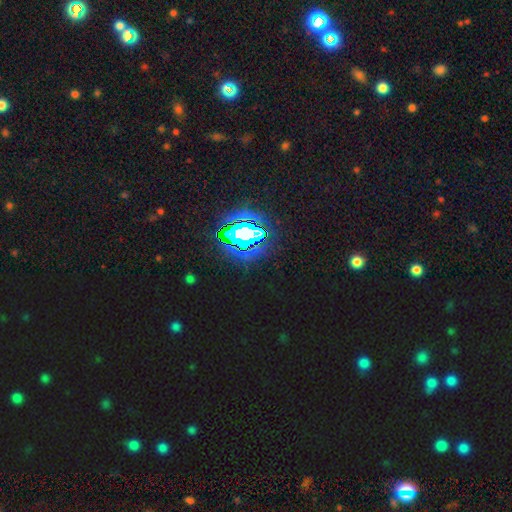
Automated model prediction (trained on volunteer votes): Smooth or featured: star or artifact — 81% (smooth — 12%)